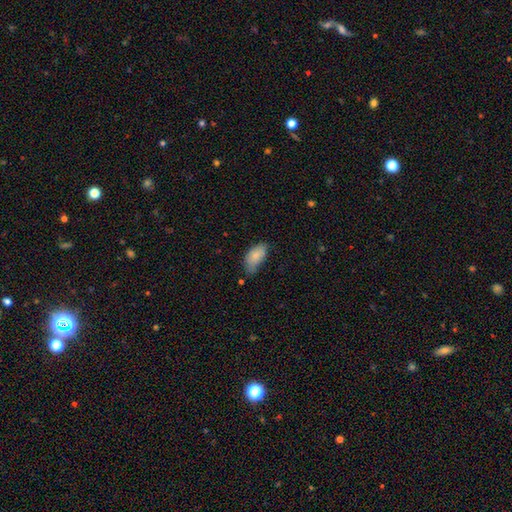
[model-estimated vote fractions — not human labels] This appears to be a smooth galaxy with no disk features (82%) that is in between round and cigar-shaped (94%). Merging: none (52%).